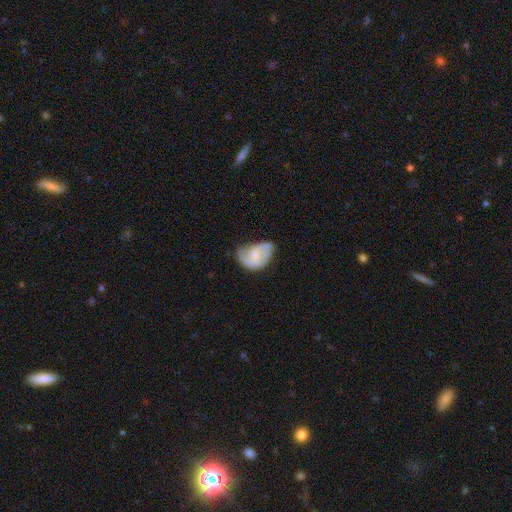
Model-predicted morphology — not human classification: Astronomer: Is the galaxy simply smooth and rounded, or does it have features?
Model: featured or disk — 76%.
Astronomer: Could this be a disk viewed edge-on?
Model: no — 98%.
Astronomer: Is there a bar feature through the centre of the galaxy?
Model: no — 54% (runner-up: weak, 41%).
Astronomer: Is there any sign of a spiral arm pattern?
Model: yes — 93%.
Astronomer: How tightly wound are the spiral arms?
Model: medium — 49% (runner-up: loose, 31%).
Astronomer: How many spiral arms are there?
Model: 2 — 81%.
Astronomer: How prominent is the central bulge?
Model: small — 52% (runner-up: moderate, 32%).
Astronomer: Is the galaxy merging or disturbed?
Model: none — 49% (runner-up: minor disturbance, 33%).